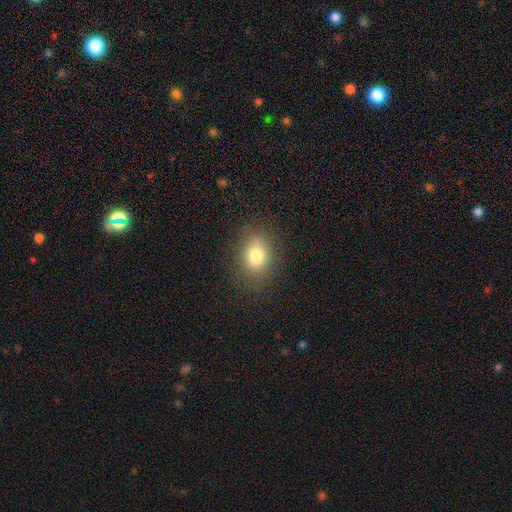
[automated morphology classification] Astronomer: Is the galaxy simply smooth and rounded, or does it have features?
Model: smooth — 77%.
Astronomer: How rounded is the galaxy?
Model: in between — 58% (runner-up: round, 41%).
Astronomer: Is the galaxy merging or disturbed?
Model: none — 84%.